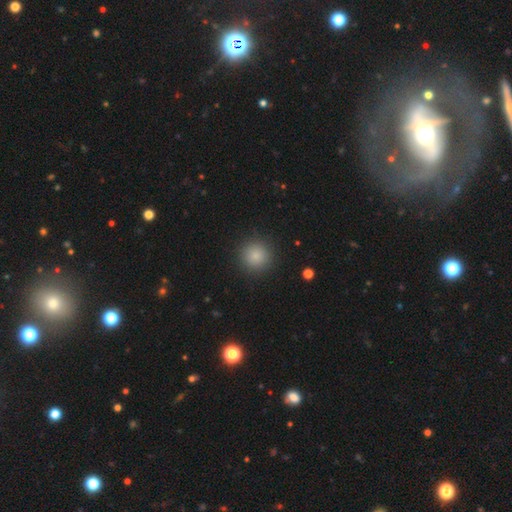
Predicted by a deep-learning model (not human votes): Smooth or featured? Predicted: smooth (p=0.85). How rounded? Predicted: round (p=0.95). Merging? Predicted: none (p=0.91).